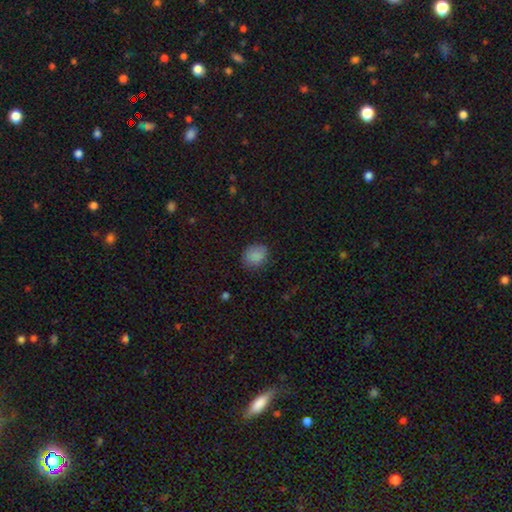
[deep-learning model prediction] A smooth galaxy with no disk features (85%) that is round (62%). Merging: none (79%).